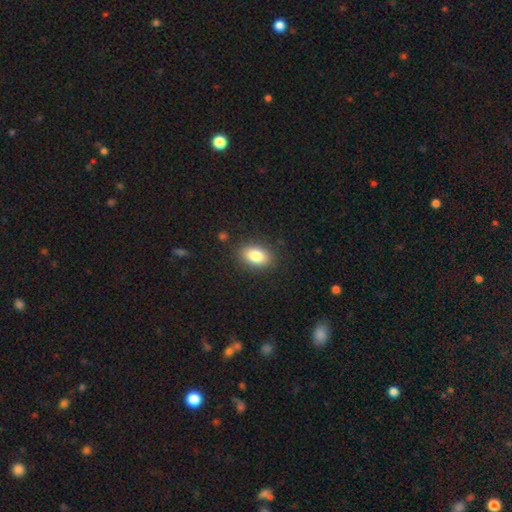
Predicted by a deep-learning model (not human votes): smooth-or-featured: smooth: 83% | featured or disk: 8% | star or artifact: 8%
  how-rounded: in between: 85% | round: 13% | cigar-shaped: 2%
  merging: none: 86% | minor disturbance: 10% | major disturbance: 3% | merger: 1%